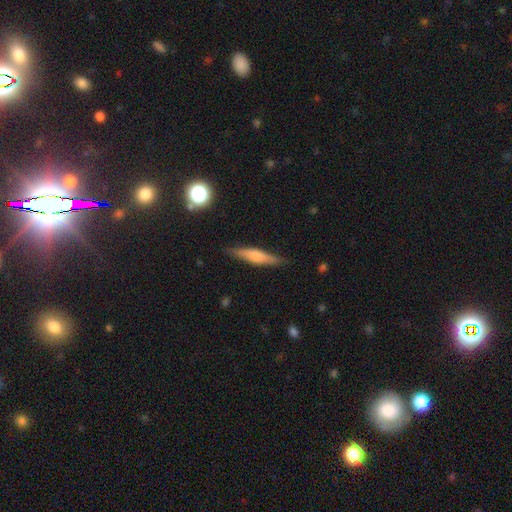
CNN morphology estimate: A smooth galaxy with no disk features (49%).

Vote fractions:
- Smooth or featured? smooth: 49% / featured or disk: 44% / star or artifact: 7%
- Merging? none: 86% / minor disturbance: 10% / major disturbance: 2% / merger: 1%